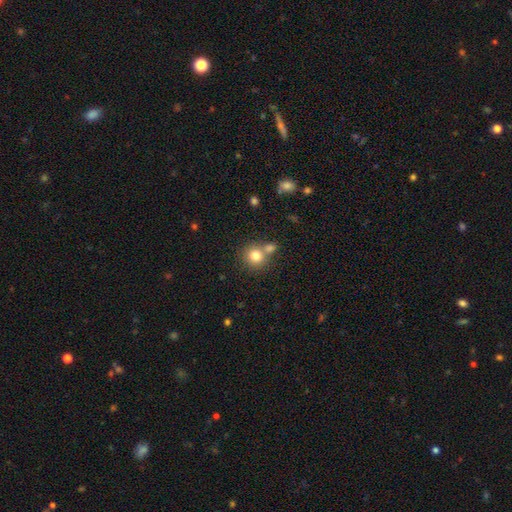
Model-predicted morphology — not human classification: Smooth or featured? Predicted: smooth (p=0.80). How rounded? Predicted: round (p=0.89). Merging? Predicted: none (p=0.56).